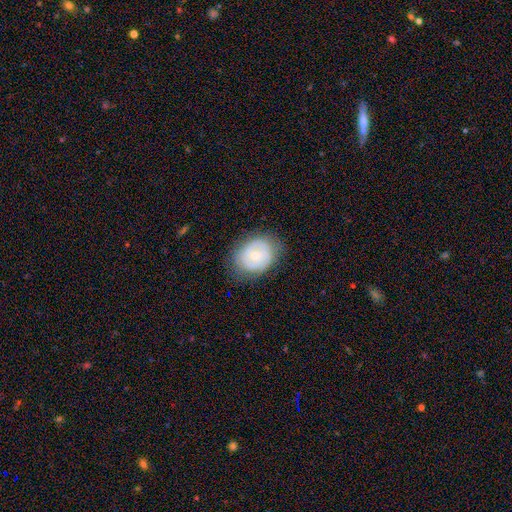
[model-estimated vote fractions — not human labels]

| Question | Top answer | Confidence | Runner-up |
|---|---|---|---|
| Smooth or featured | featured or disk | 49% | smooth (44%) |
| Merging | none | 73% | minor disturbance (19%) |